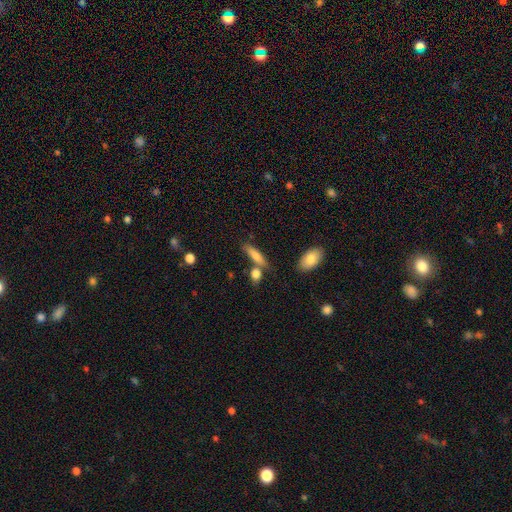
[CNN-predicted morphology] A smooth galaxy with no disk features (69%) that is cigar-shaped (64%).

Vote fractions:
- Smooth or featured? smooth: 69% / featured or disk: 23% / star or artifact: 8%
- How rounded? cigar-shaped: 64% / in between: 30% / round: 5%
- Merging? none: 64% / merger: 18% / minor disturbance: 13% / major disturbance: 4%